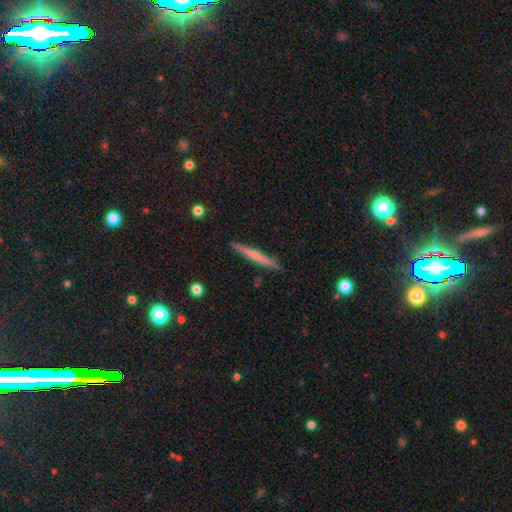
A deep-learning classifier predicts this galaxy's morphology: The model was most divided on "smooth or featured": smooth: 47%, featured or disk: 46%, star or artifact: 6%. More confident: merging — none (90%).